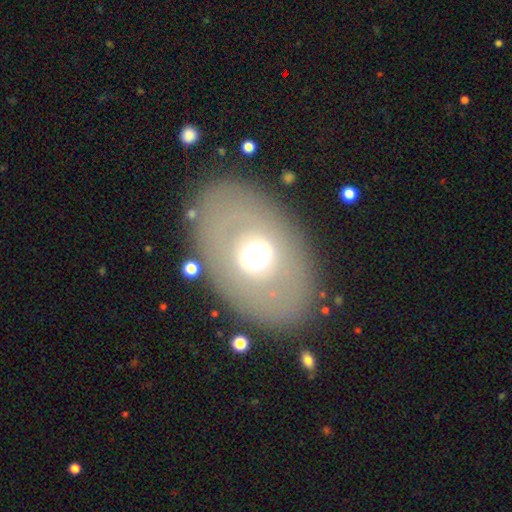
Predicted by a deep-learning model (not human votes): Q: Smooth or featured?
A: smooth (48%); runner-up: featured or disk (40%)
Q: Merging?
A: none (79%); runner-up: minor disturbance (11%)